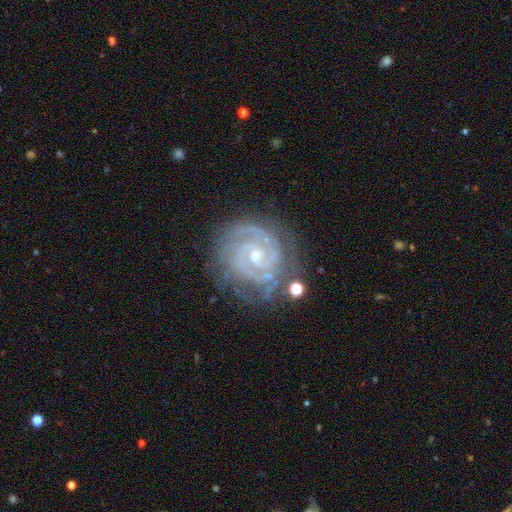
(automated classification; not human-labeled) Overall: featured or disk (91%). Edge-on disk: no (98%). Bar: no (61%; weak 29%). Spiral arms: yes (98%). Spiral arm count: 2 (61%). Spiral winding: tight (77%). Bulge size: small (63%; moderate 34%). Merging: none (74%).